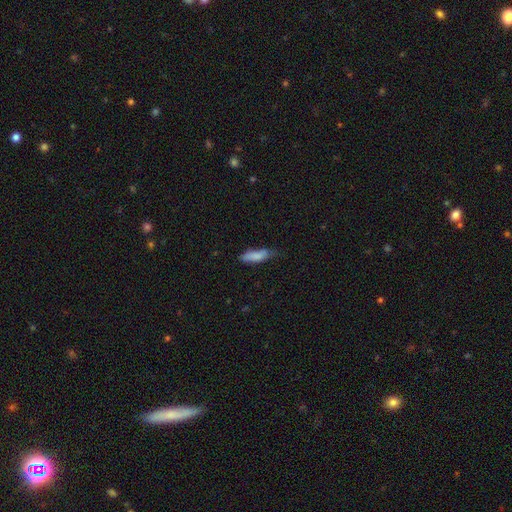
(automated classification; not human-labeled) Morphology: type=smooth (82%); roundness=cigar-shaped (52%); merging=none (55%).